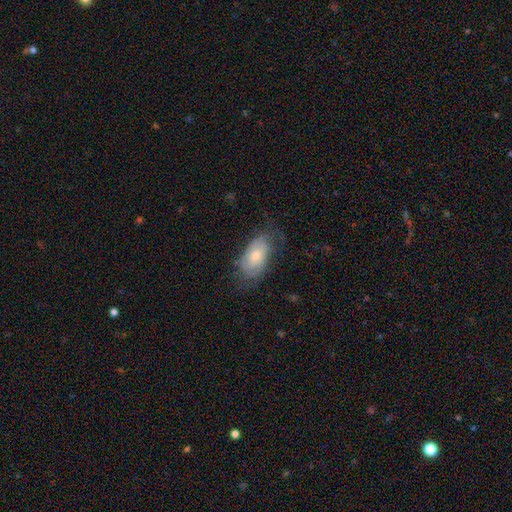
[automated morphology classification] A smooth galaxy with no disk features (46%, tied with featured or disk).

Vote fractions:
- Smooth or featured? smooth: 46% (tied) / featured or disk: 46% (tied) / star or artifact: 8%
- Merging? none: 62% / minor disturbance: 25% / major disturbance: 12% / merger: 1%